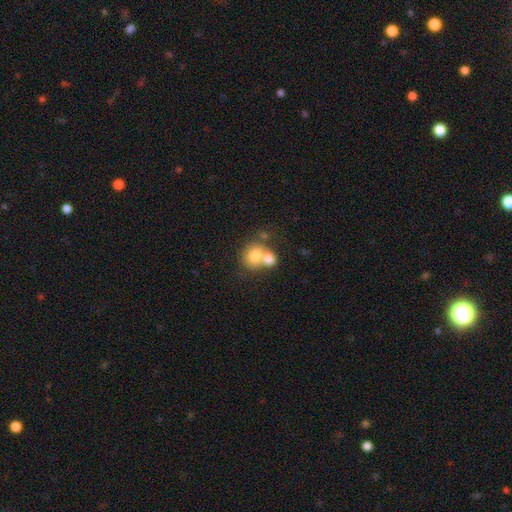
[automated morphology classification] A smooth galaxy with no disk features (74%) that is round (70%).

Vote fractions:
- Smooth or featured? smooth: 74% / featured or disk: 17% / star or artifact: 9%
- How rounded? round: 70% / in between: 29% / cigar-shaped: 1%
- Merging? merger: 62% / none: 27% / minor disturbance: 7% / major disturbance: 4%